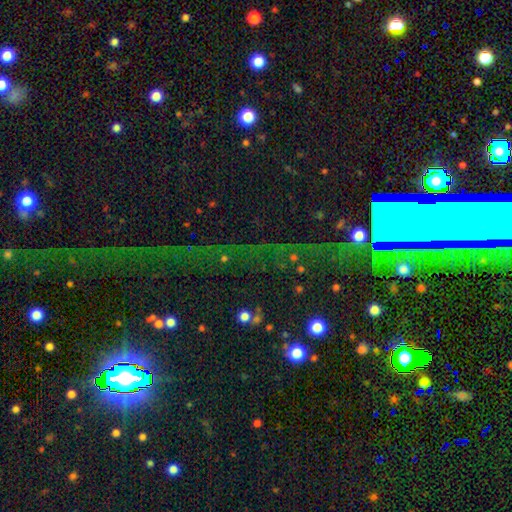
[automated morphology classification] star or artifact 68%, featured or disk 17%, smooth 15%.